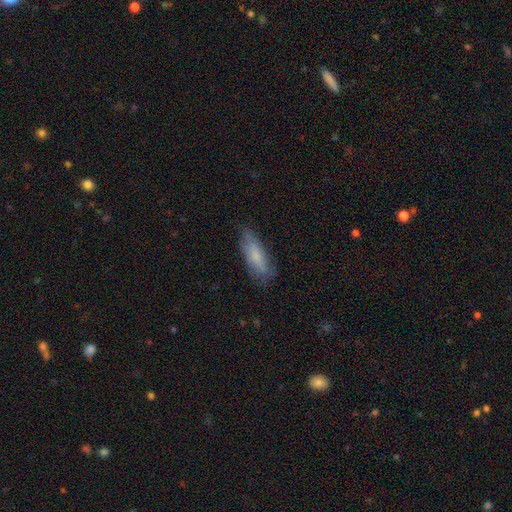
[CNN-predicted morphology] smooth-or-featured: smooth: 71% | featured or disk: 22% | star or artifact: 7%
  how-rounded: in between: 54% | cigar-shaped: 44% | round: 2%
  merging: none: 69% | minor disturbance: 23% | major disturbance: 6% | merger: 1%